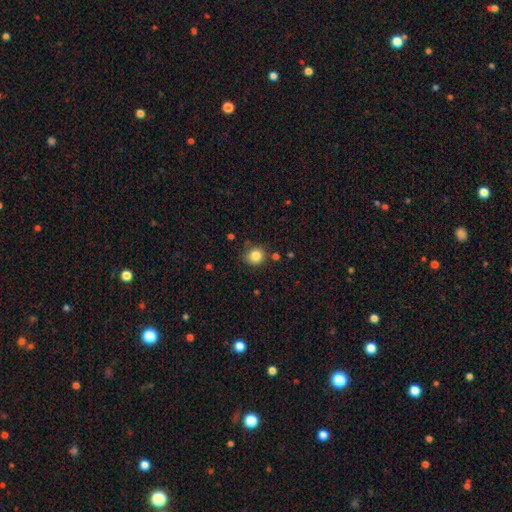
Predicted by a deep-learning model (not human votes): Overall: smooth (84%). How rounded: round (87%). Merging: none (78%).